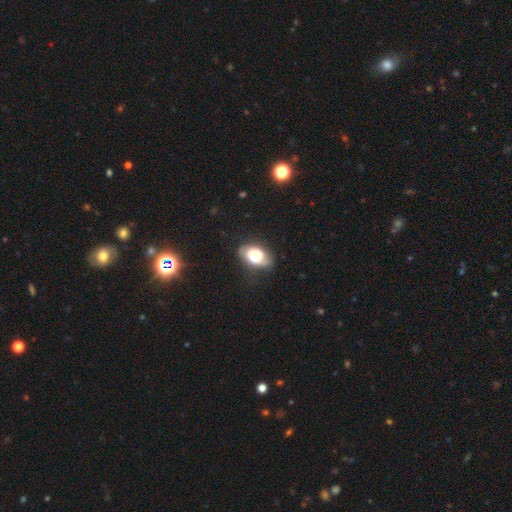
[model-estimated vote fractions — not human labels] Smooth or featured?
  - smooth: 56% *
  - featured or disk: 36%
  - star or artifact: 9%
How rounded?
  - in between: 88% *
  - round: 11%
  - cigar-shaped: 2%
Merging?
  - none: 66% *
  - minor disturbance: 24%
  - major disturbance: 8%
  - merger: 2%